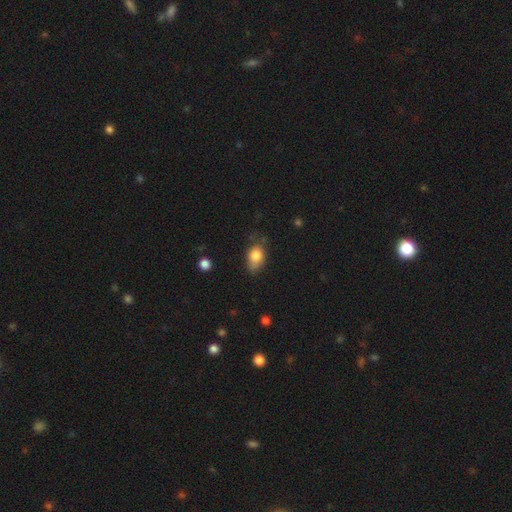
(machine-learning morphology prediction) This is clearly a smooth galaxy (81%). How rounded: clearly in between (80%). Merging: possibly none (48%).